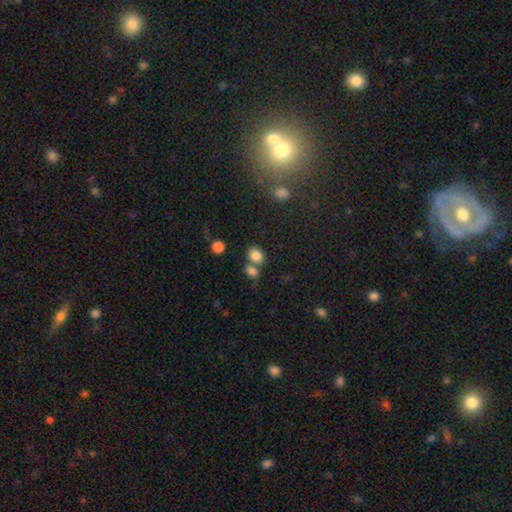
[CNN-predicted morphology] A smooth galaxy with no disk features (81%) that is in between round and cigar-shaped (61%). Merging: none (50%).